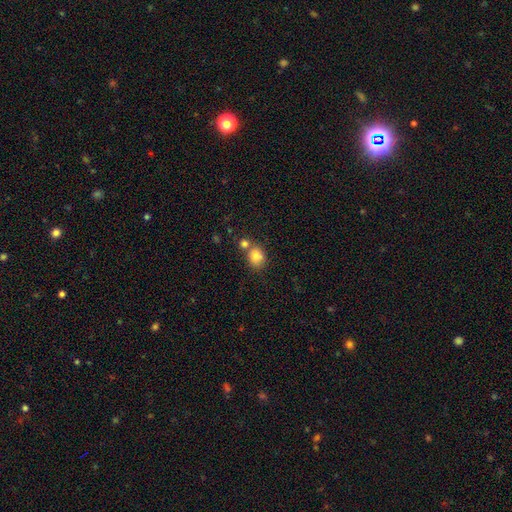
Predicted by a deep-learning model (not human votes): Q: Smooth or featured?
A: smooth (81%); runner-up: star or artifact (10%)
Q: How rounded?
A: round (63%); runner-up: in between (36%)
Q: Merging?
A: none (54%); runner-up: merger (30%)